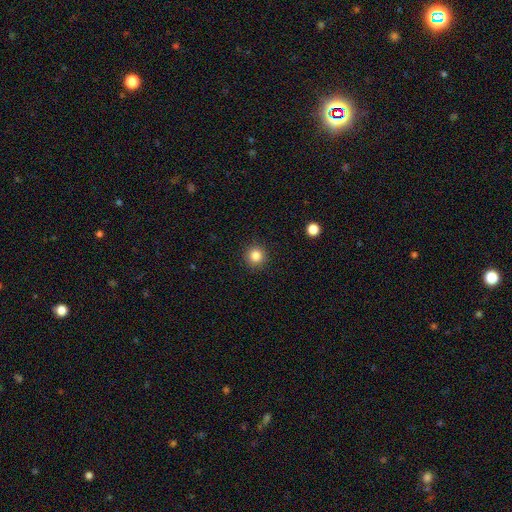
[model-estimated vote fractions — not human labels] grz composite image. It shows a smooth galaxy with no disk features (84%) that is round (95%). Merging: none (91%).